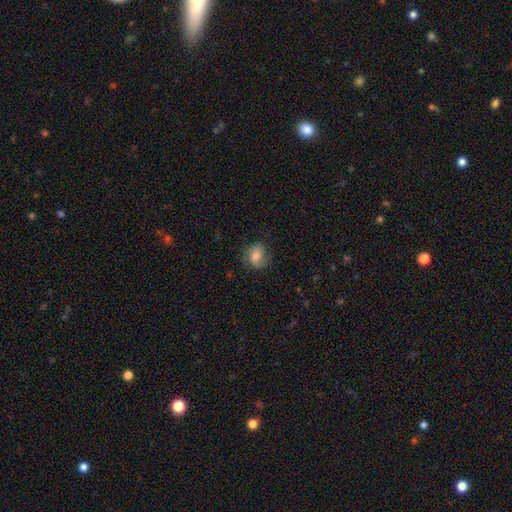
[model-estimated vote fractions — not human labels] Morphology: type=smooth (59%); roundness=round (55%); merging=none (68%).